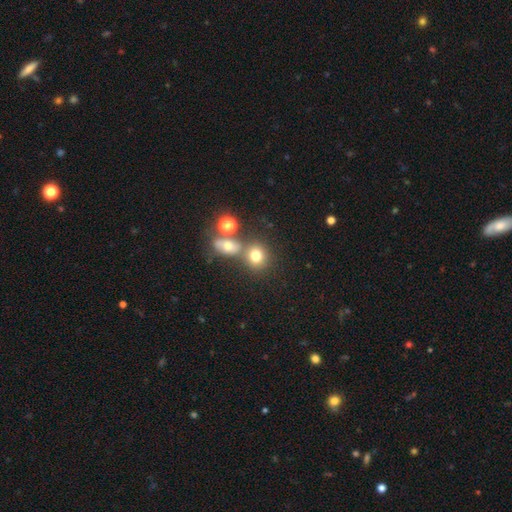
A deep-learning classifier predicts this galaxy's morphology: Smooth or featured? Predicted: smooth (p=0.74). How rounded? Predicted: round (p=0.75). Merging? Predicted: none (p=0.59).